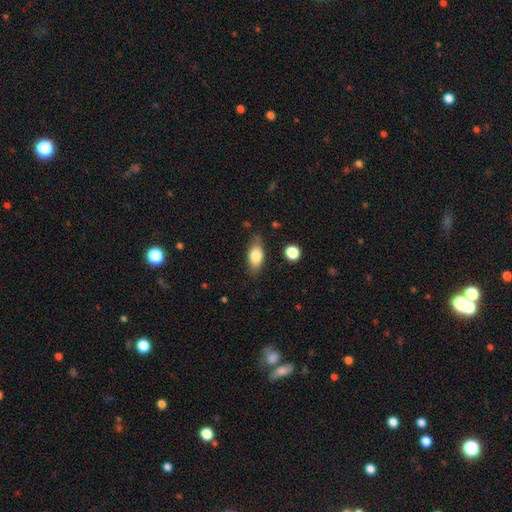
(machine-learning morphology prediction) type=smooth (77%); roundness=in between (83%); merging=none (77%).